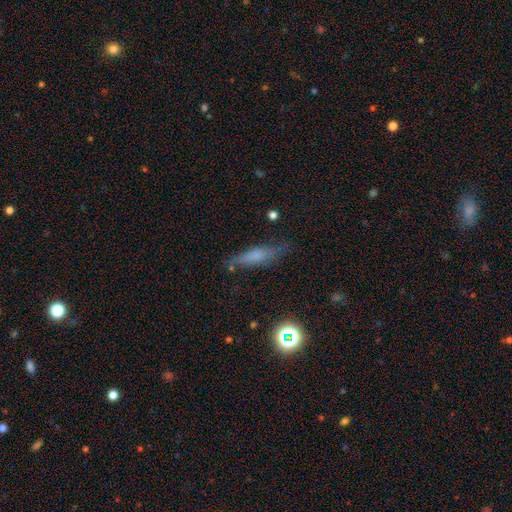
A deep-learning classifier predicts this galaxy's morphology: smooth 59%, featured or disk 29%, star or artifact 12%. Down the decision tree: how rounded — cigar-shaped (69%); merging — none (71%).